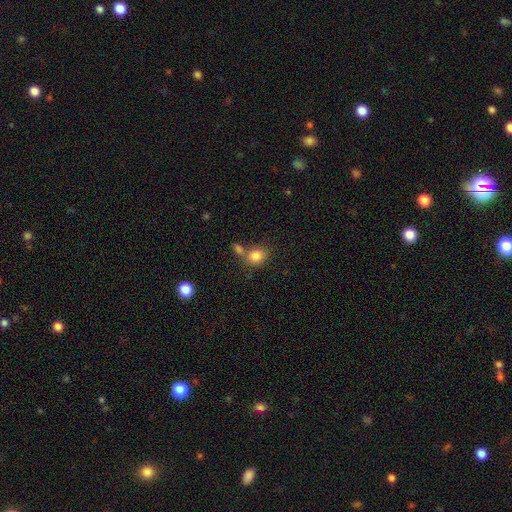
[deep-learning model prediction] This is clearly a smooth galaxy (83%). How rounded: likely round (61%). Merging: possibly none (53%).